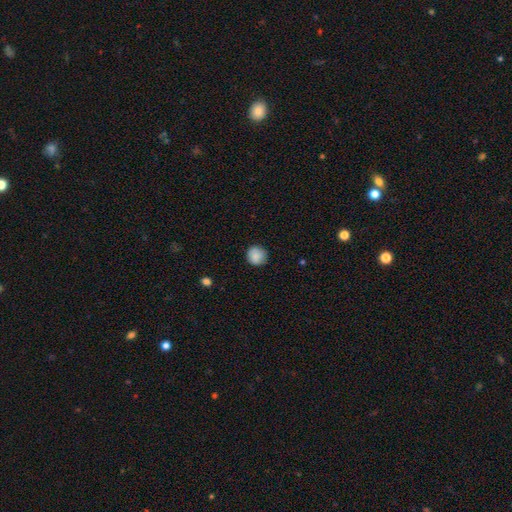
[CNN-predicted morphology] type=smooth (86%); roundness=round (92%); merging=none (85%).